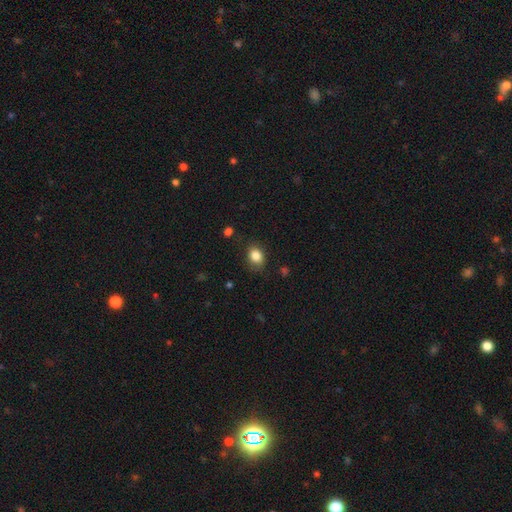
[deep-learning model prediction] smooth-or-featured: smooth: 85% | star or artifact: 9% | featured or disk: 6%
  how-rounded: in between: 61% | round: 38% | cigar-shaped: 1%
  merging: none: 78% | minor disturbance: 16% | major disturbance: 4% | merger: 1%